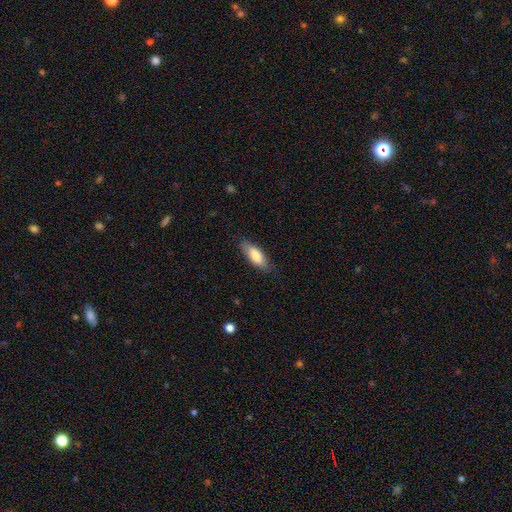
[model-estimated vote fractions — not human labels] Smooth or featured?
  - smooth: 82% *
  - featured or disk: 12%
  - star or artifact: 6%
How rounded?
  - in between: 71% *
  - cigar-shaped: 27%
  - round: 2%
Merging?
  - none: 80% *
  - minor disturbance: 16%
  - major disturbance: 3%
  - merger: 1%